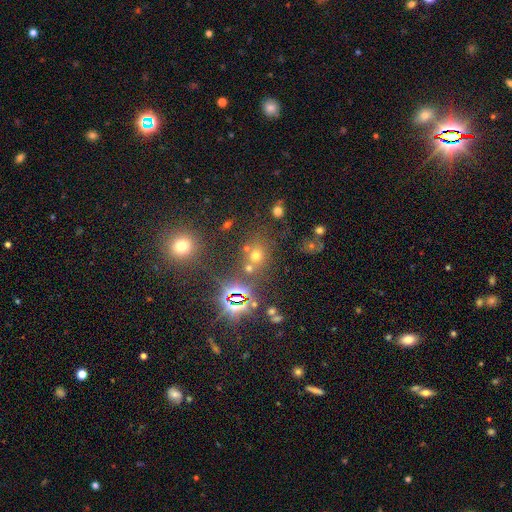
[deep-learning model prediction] A smooth galaxy with no disk features (52%) that is round (71%).

Vote fractions:
- Smooth or featured? smooth: 52% / star or artifact: 37% / featured or disk: 11%
- How rounded? round: 71% / in between: 28% / cigar-shaped: 2%
- Merging? none: 60% / merger: 23% / minor disturbance: 10% / major disturbance: 6%